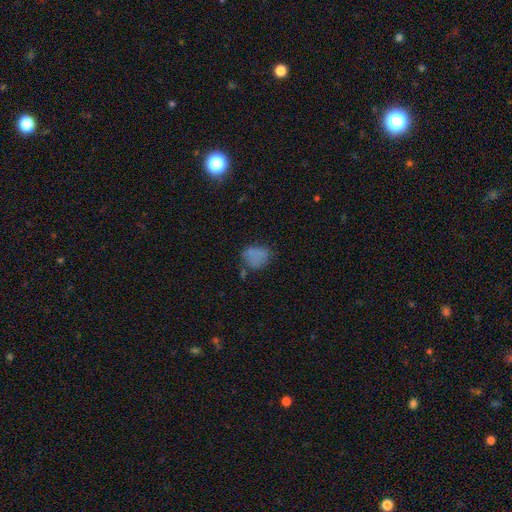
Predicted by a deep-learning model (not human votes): Smooth or featured: smooth — 72% (star or artifact — 15%)
How rounded: round — 53% (in between — 46%)
Merging: none — 55% (minor disturbance — 24%)